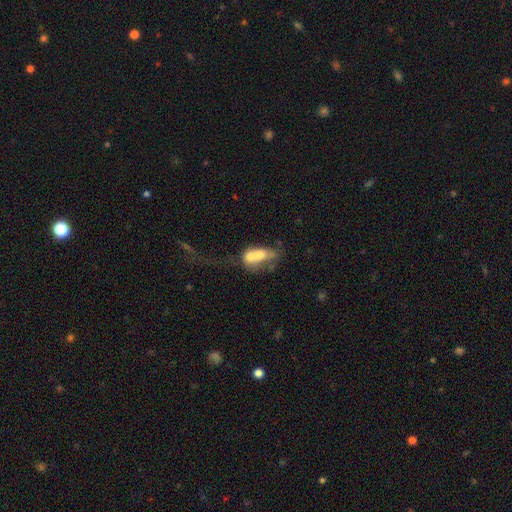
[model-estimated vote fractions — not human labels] smooth-or-featured: smooth: 56% | featured or disk: 35% | star or artifact: 9%
  how-rounded: in between: 71% | round: 17% | cigar-shaped: 13%
  merging: merger: 63% | none: 14% | major disturbance: 14% | minor disturbance: 9%